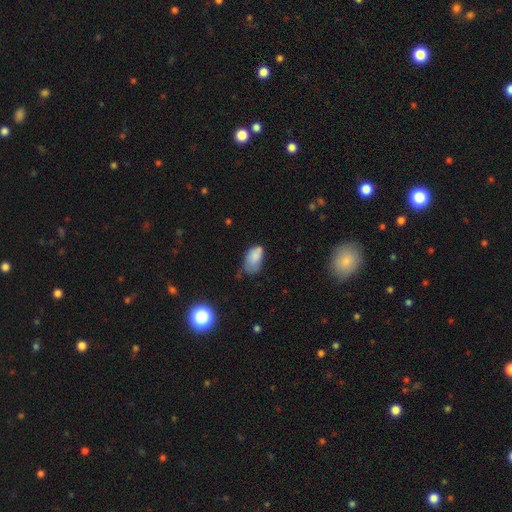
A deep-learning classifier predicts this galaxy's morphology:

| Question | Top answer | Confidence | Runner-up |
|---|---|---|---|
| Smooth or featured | smooth | 78% | featured or disk (12%) |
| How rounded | in between | 91% | round (6%) |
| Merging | minor disturbance | 43% | none (30%) |